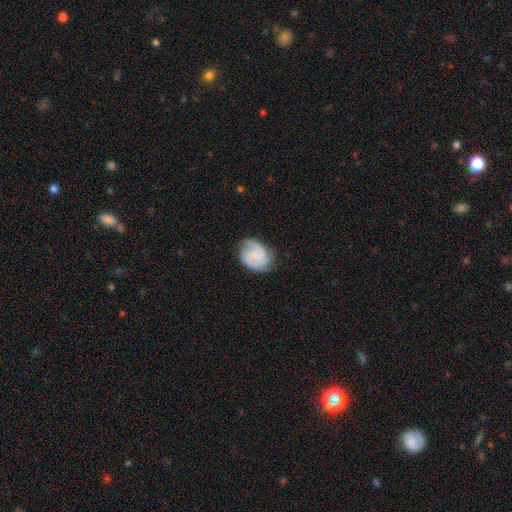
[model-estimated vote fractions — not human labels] The model was most divided on "smooth or featured": featured or disk: 53%, smooth: 39%, star or artifact: 8%. More confident: edge-on disk — no (98%); spiral arms — yes (92%); bar — no (70%); merging — none (68%); bulge size — none (50%).